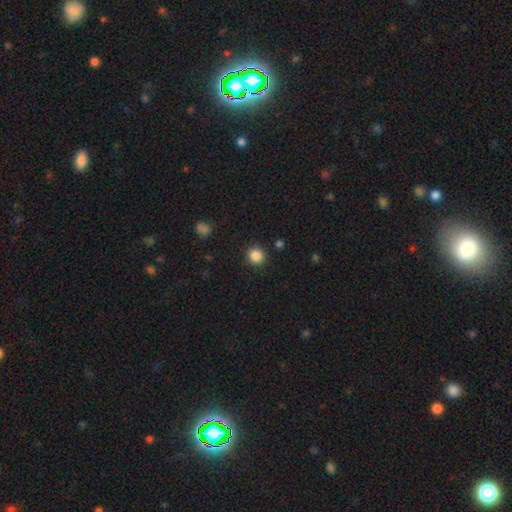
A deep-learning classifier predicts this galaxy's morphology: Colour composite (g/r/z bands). It shows a smooth galaxy with no disk features (86%) that is round (95%). Merging: none (91%).